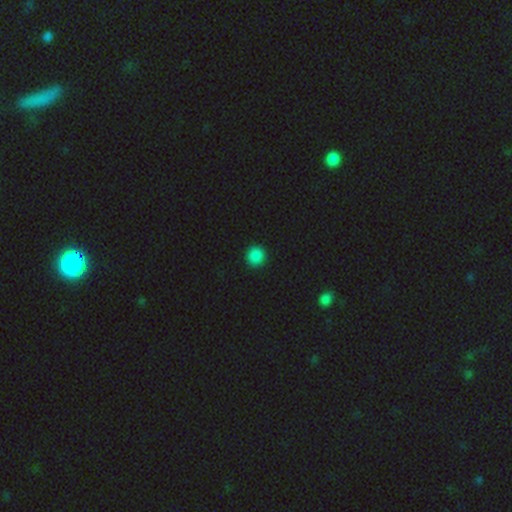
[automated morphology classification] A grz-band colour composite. It shows a smooth galaxy with no disk features (87%) that is round (93%). Merging: none (93%).